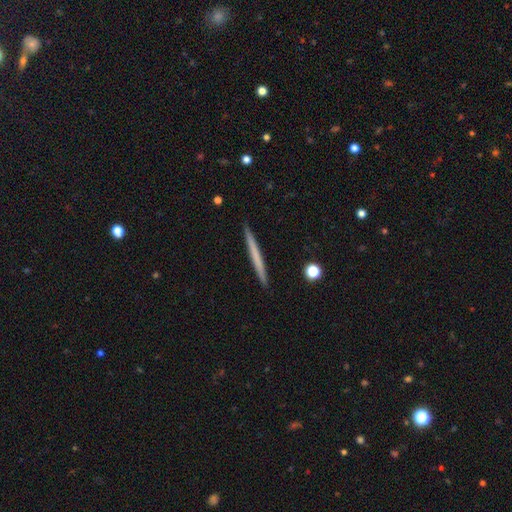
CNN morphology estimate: type=smooth (55%); roundness=cigar-shaped (97%); merging=none (93%).